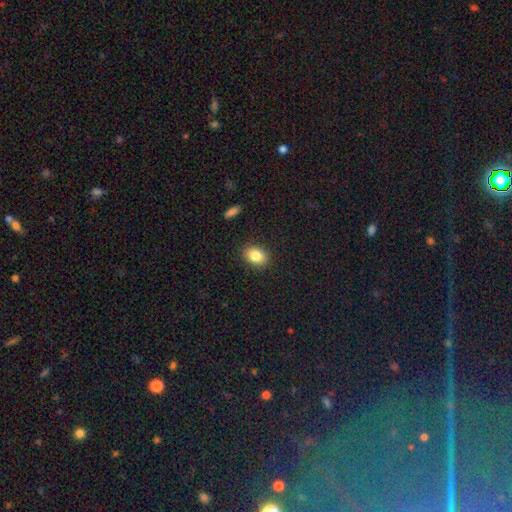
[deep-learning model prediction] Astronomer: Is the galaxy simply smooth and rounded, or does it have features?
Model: smooth — 84%.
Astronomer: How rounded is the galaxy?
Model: in between — 70%.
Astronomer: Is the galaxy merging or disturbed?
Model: none — 88%.